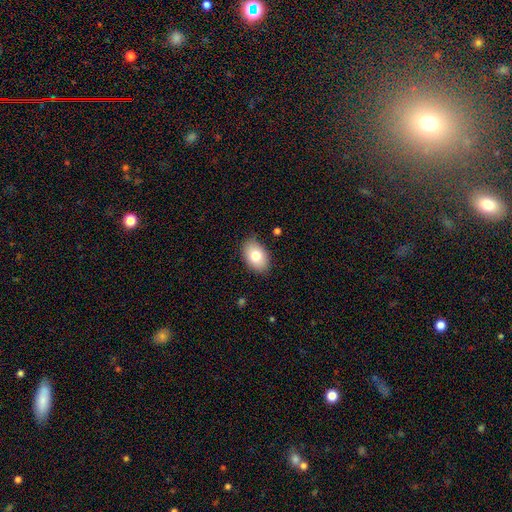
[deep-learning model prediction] This is likely a smooth galaxy (78%). How rounded: clearly in between (86%). Merging: clearly none (84%).